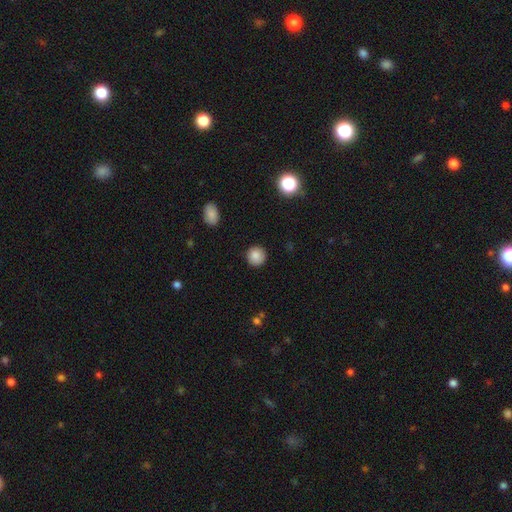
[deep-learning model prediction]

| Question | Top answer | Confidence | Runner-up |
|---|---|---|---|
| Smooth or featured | smooth | 87% | star or artifact (9%) |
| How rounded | round | 93% | in between (6%) |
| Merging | none | 90% | minor disturbance (6%) |